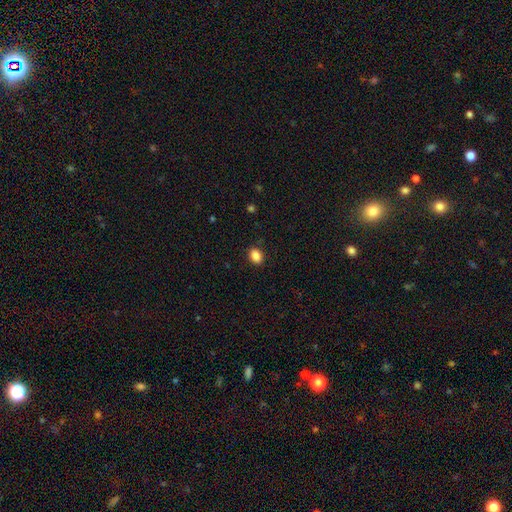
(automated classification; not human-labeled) Overall: smooth (87%). How rounded: in between (73%). Merging: none (87%).